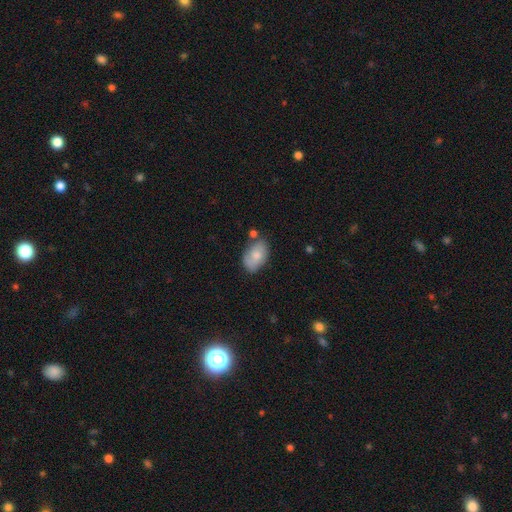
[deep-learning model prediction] Smooth or featured? smooth (75%)
How rounded? in between (90%)
Merging? none (61%)